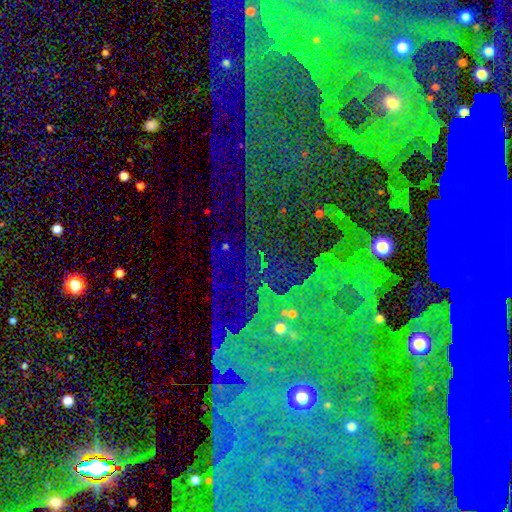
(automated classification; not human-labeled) A star or artifact, not a galaxy (76%).

Vote fractions:
- Smooth or featured? star or artifact: 76% / featured or disk: 15% / smooth: 9%